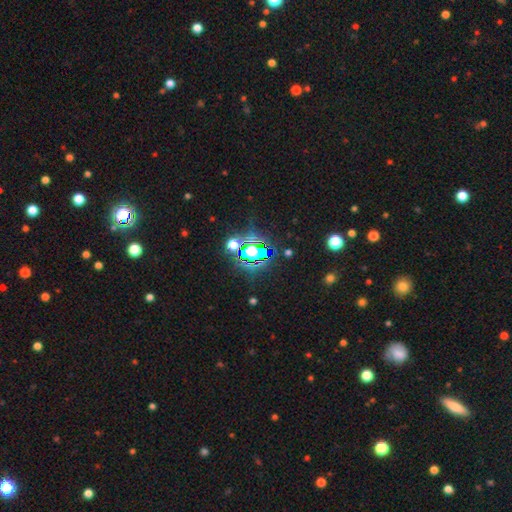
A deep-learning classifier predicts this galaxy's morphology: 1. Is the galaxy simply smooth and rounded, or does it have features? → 66% star or artifact, 22% smooth, 11% featured or disk.